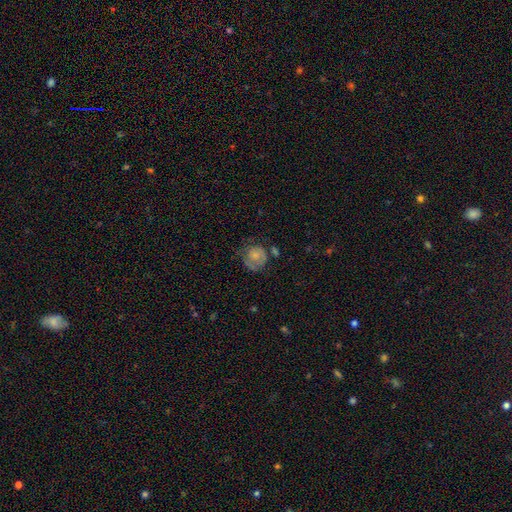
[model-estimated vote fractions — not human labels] Smooth or featured? Predicted: smooth (p=0.63). How rounded? Predicted: round (p=0.82). Merging? Predicted: none (p=0.47).